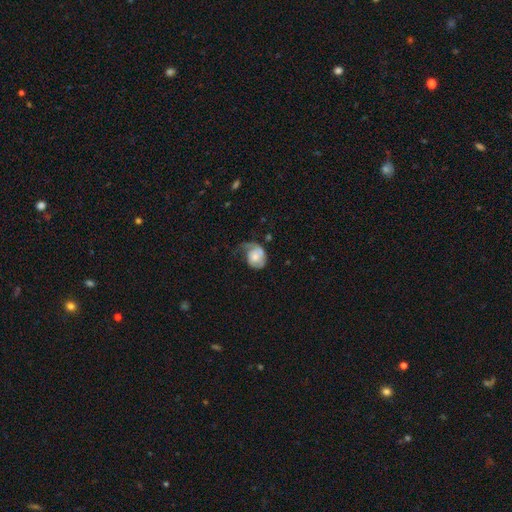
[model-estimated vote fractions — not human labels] A featured or disk galaxy (47%).

Vote fractions:
- Smooth or featured? featured or disk: 47% / smooth: 46% / star or artifact: 7%
- Merging? major disturbance: 41% / minor disturbance: 30% / none: 26% / merger: 3%